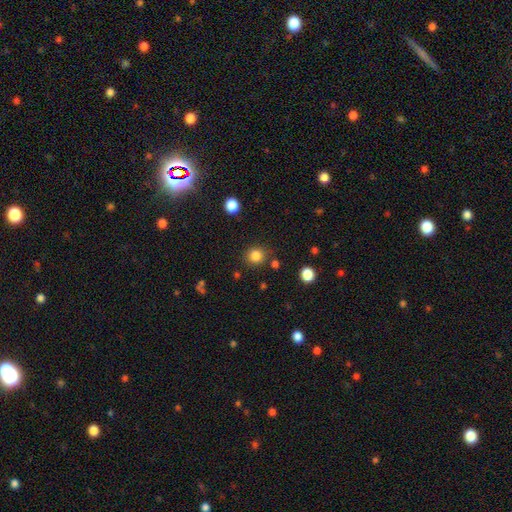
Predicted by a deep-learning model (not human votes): Smooth or featured? smooth (84%)
How rounded? round (90%)
Merging? none (84%)